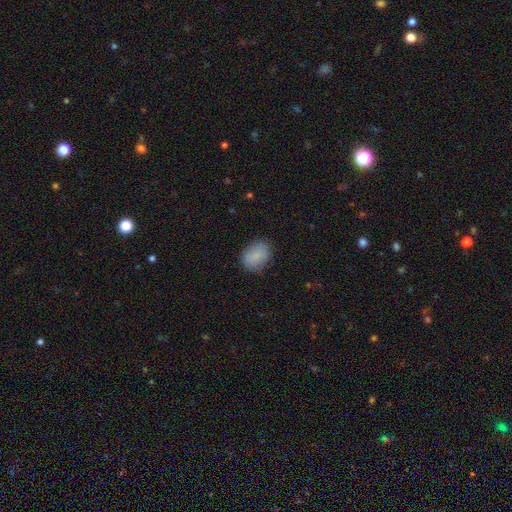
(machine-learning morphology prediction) Smooth or featured? smooth (86%)
How rounded? in between (65%)
Merging? none (82%)